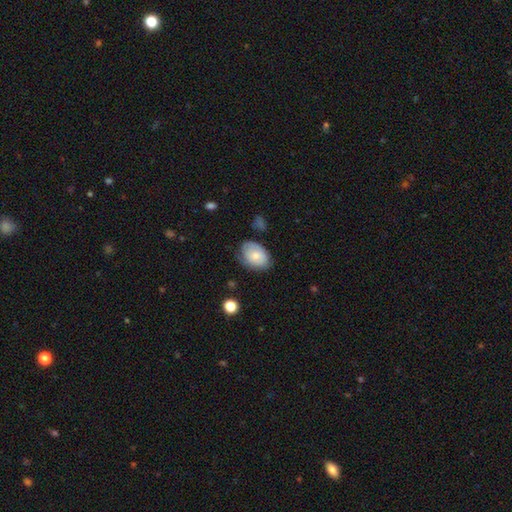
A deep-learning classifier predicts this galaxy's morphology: This is likely a smooth galaxy (66%). How rounded: clearly in between (81%). Merging: likely none (65%).